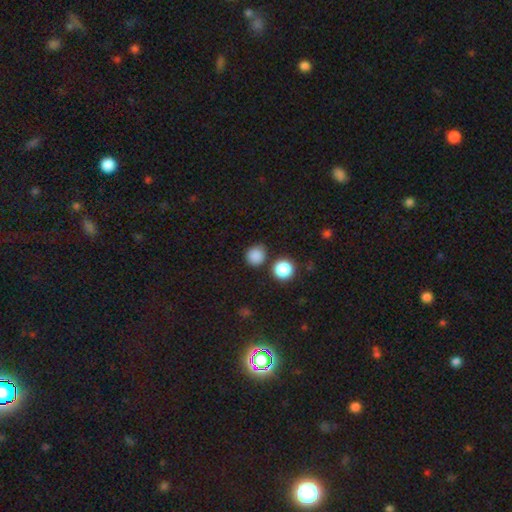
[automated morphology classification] This is clearly a smooth galaxy (84%). How rounded: clearly round (89%). Merging: likely none (77%).